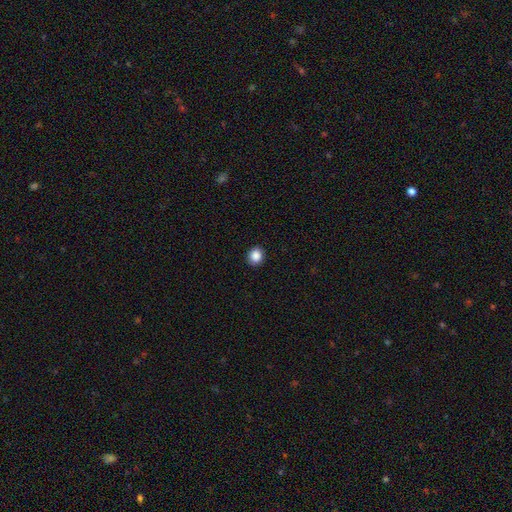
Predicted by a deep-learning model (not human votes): smooth_or_featured: smooth (p=0.88) [alt: star or artifact p=0.09]
how_rounded: round (p=0.79) [alt: in between p=0.20]
merging: none (p=0.91) [alt: minor disturbance p=0.06]